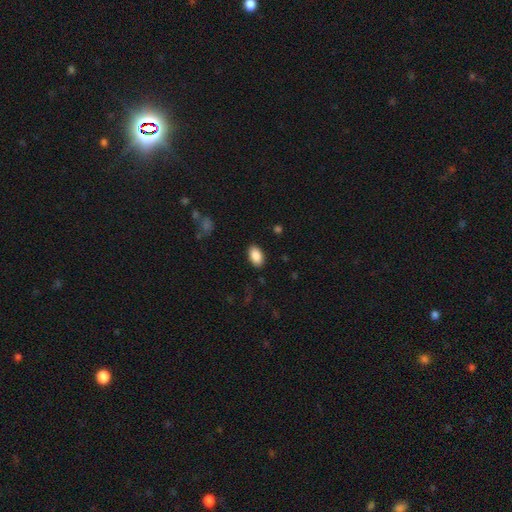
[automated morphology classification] Smooth or featured: smooth — 88% (star or artifact — 7%)
How rounded: in between — 93% (round — 6%)
Merging: none — 88% (minor disturbance — 8%)